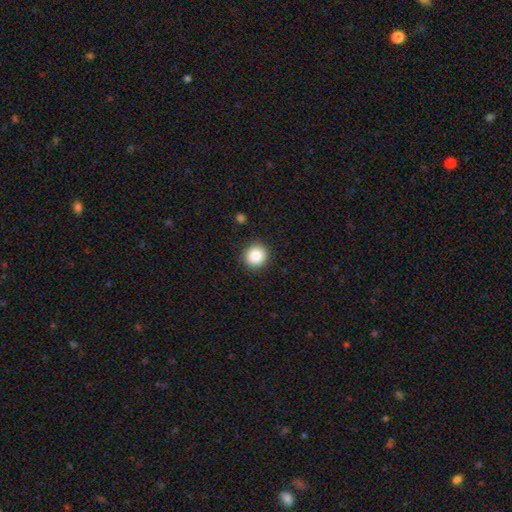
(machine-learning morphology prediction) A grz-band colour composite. It shows a smooth galaxy with no disk features (87%) that is round (91%). Merging: none (90%).